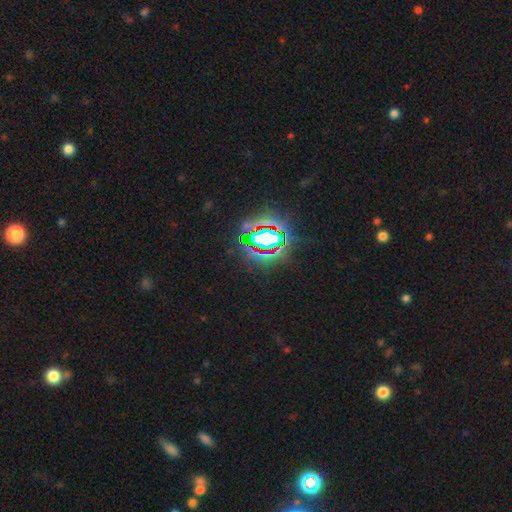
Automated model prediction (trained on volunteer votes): Smooth or featured?
  - star or artifact: 82% *
  - smooth: 11%
  - featured or disk: 7%